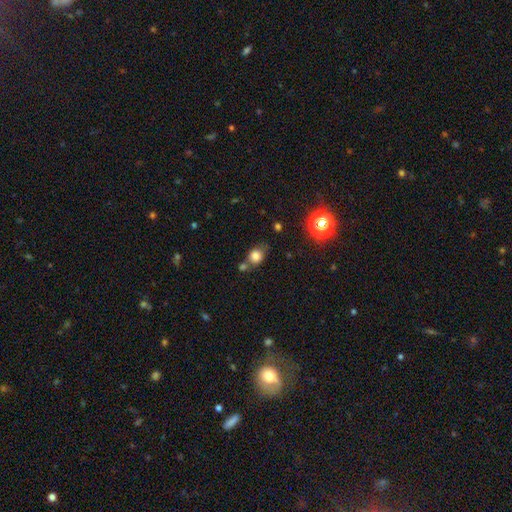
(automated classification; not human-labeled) Morphology: type=smooth (79%); roundness=round (61%); merging=none (55%).